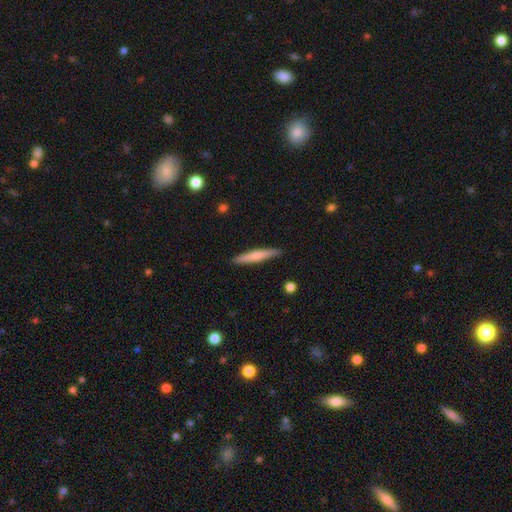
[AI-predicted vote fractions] A smooth galaxy with no disk features (59%) that is cigar-shaped (94%). Merging: none (90%).